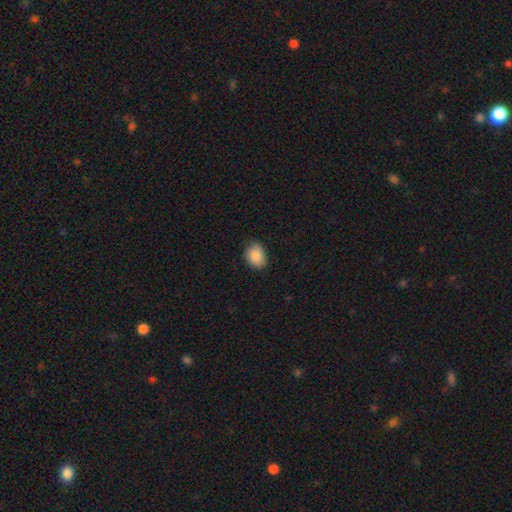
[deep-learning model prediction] A smooth galaxy with no disk features (88%) that is in between round and cigar-shaped (68%). Merging: none (77%).